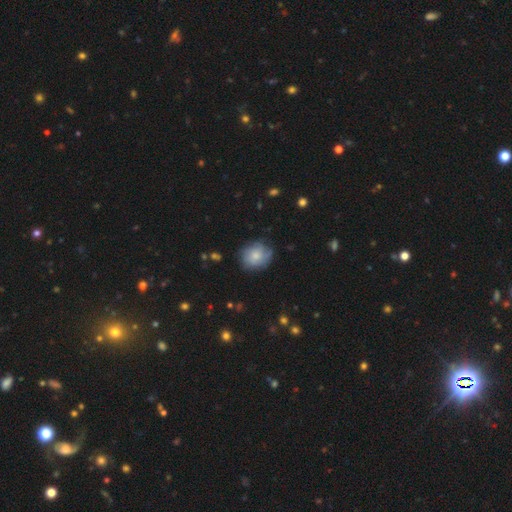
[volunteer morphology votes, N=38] This appears to be a smooth galaxy with no disk features (55%) that is round (86%). Merging: none (68%).